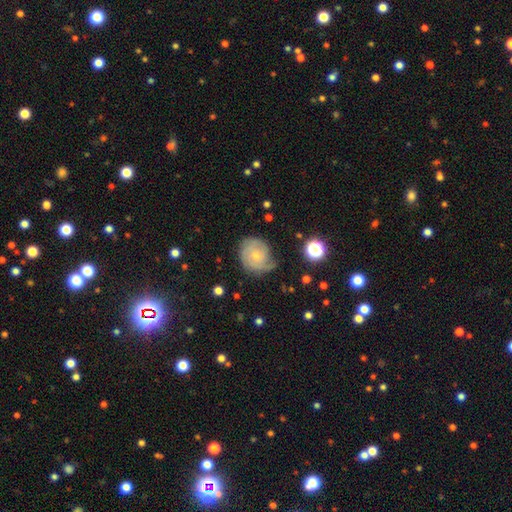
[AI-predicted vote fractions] A featured or disk galaxy (52%) with no bar (80%), spiral arms (80%) and a small central bulge (66%). Merging: none (53%).